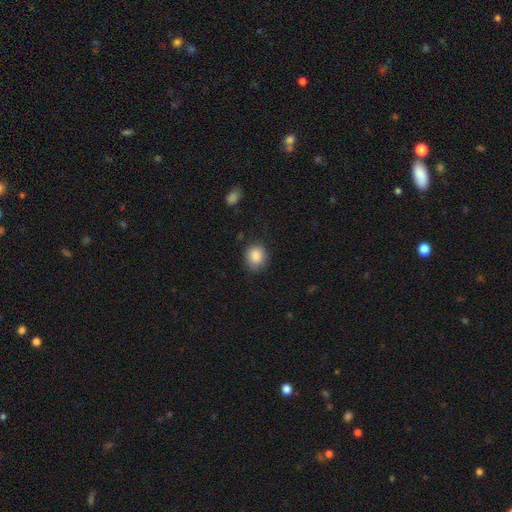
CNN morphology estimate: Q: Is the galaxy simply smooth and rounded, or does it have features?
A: smooth — 87%.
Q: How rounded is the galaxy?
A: round — 67%.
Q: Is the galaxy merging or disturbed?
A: none — 76%.